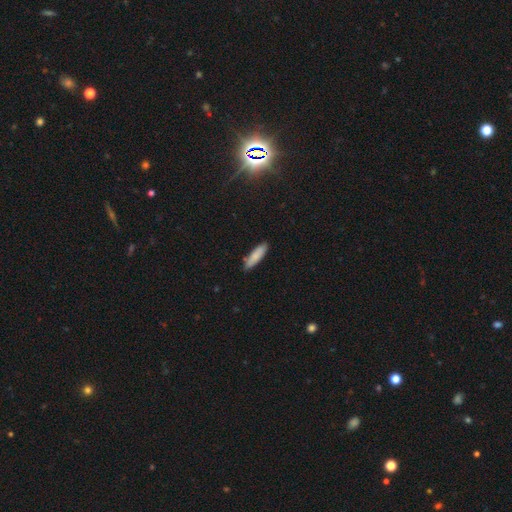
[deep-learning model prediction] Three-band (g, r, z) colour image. It shows a smooth galaxy with no disk features (83%) that is cigar-shaped (61%). Merging: none (83%).